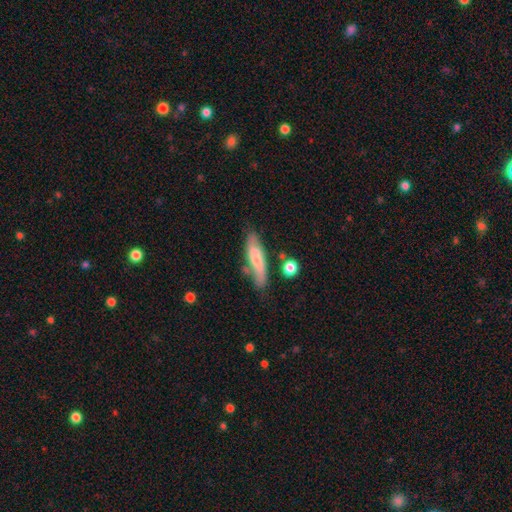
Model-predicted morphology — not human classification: Smooth or featured? smooth (50%)
Merging? none (68%)